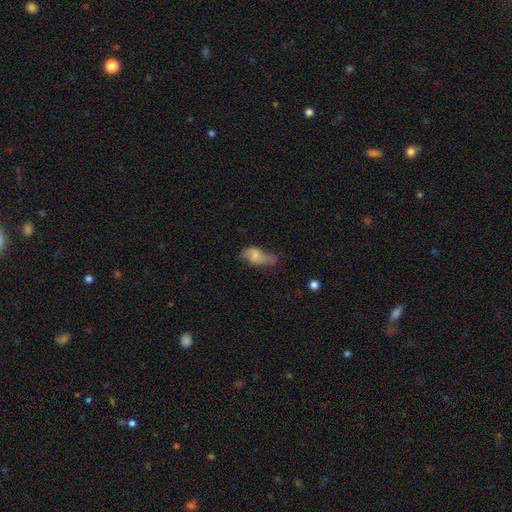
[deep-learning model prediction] Smooth or featured? smooth (58%)
How rounded? in between (86%)
Merging? minor disturbance (35%)